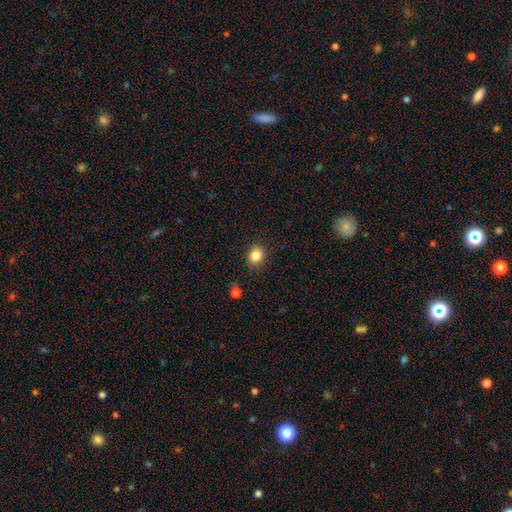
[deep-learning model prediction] A smooth galaxy with no disk features (84%) that is round (74%).

Vote fractions:
- Smooth or featured? smooth: 84% / star or artifact: 11% / featured or disk: 5%
- How rounded? round: 74% / in between: 25% / cigar-shaped: 1%
- Merging? none: 88% / minor disturbance: 8% / major disturbance: 2% / merger: 1%